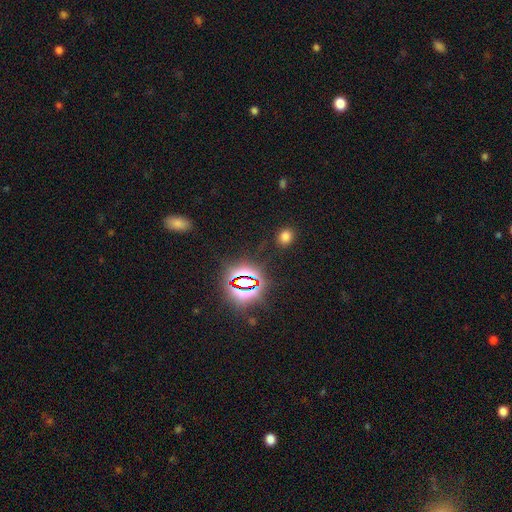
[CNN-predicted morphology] Q: Smooth or featured?
A: star or artifact (79%); runner-up: smooth (14%)